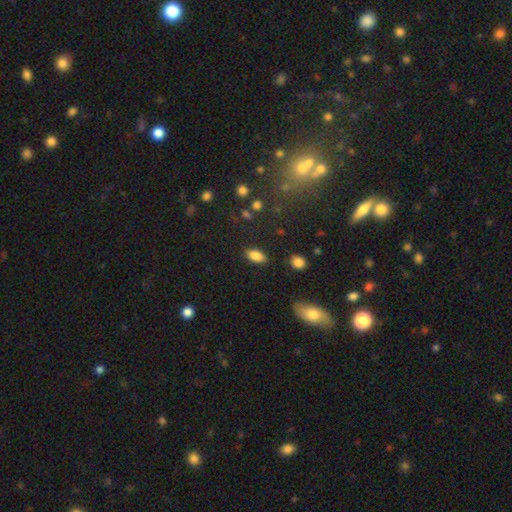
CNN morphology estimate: type=smooth (86%); roundness=in between (91%); merging=none (85%).